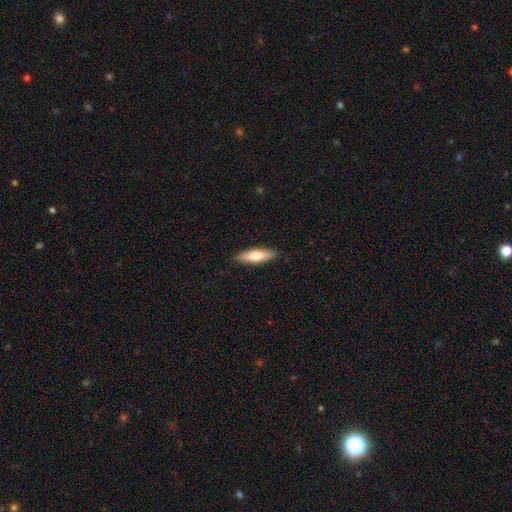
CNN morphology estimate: type=smooth (67%); roundness=cigar-shaped (61%); merging=none (89%).